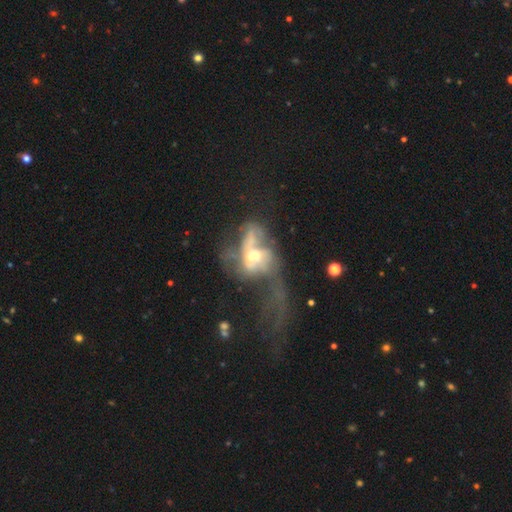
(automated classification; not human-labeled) A featured or disk galaxy (61%) with no bar (77%), no spiral arms (71%) and a moderate central bulge (54%). Merging: merger (53%).